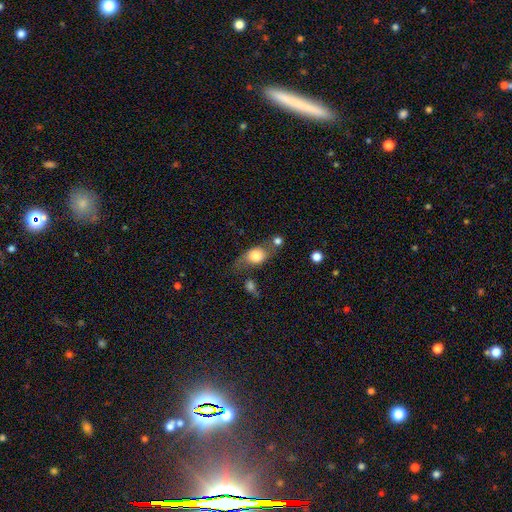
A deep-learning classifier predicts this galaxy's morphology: smooth-or-featured: smooth: 72% | featured or disk: 20% | star or artifact: 8%
  how-rounded: in between: 64% | round: 31% | cigar-shaped: 5%
  merging: none: 47% | minor disturbance: 22% | merger: 18% | major disturbance: 12%